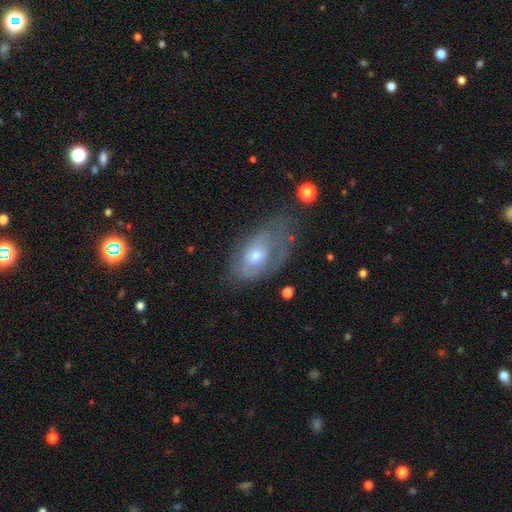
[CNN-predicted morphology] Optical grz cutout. It shows a featured or disk galaxy (51%). Merging: none (41%).